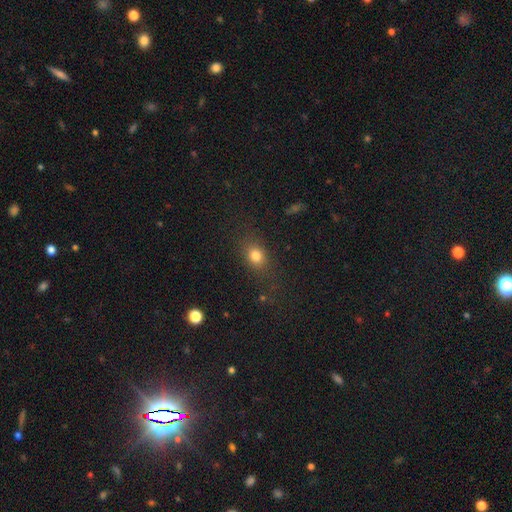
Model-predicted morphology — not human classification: type=smooth (78%); roundness=in between (56%); merging=none (77%).